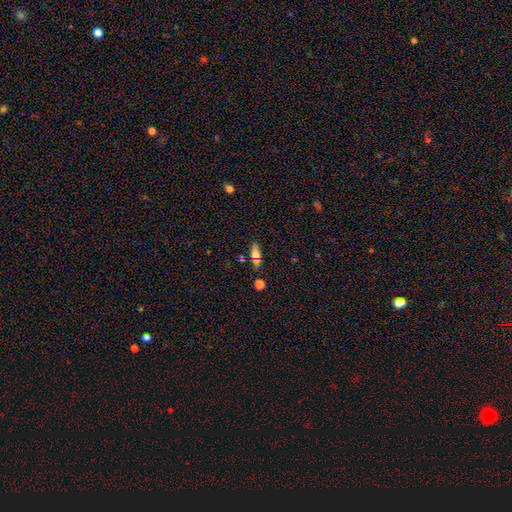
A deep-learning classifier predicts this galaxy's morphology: type=smooth (63%); roundness=in between (61%); merging=none (76%).